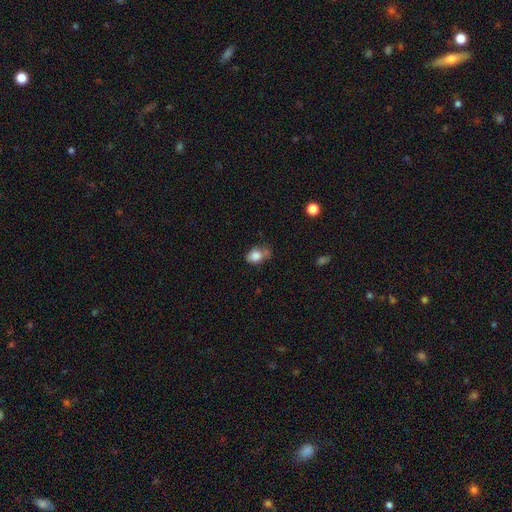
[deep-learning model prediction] Q: Smooth or featured?
A: smooth (82%); runner-up: star or artifact (10%)
Q: How rounded?
A: in between (58%); runner-up: round (40%)
Q: Merging?
A: none (41%); runner-up: minor disturbance (35%)